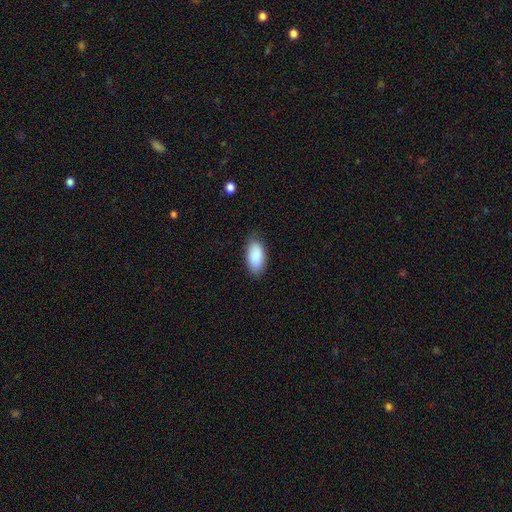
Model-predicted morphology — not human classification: Smooth or featured: smooth — 90% (star or artifact — 6%)
How rounded: in between — 94% (cigar-shaped — 4%)
Merging: none — 81% (minor disturbance — 15%)